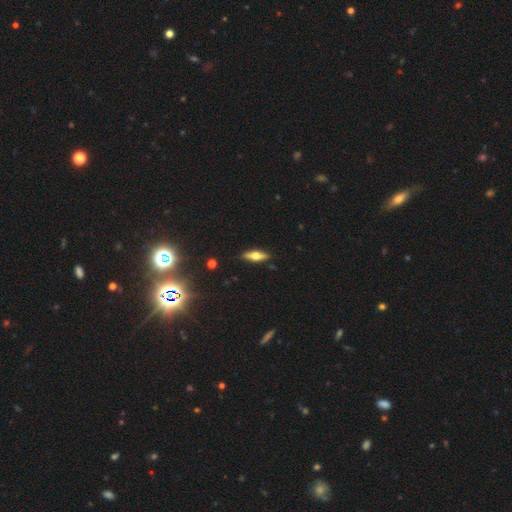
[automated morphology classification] Smooth or featured? featured or disk (52%)
Edge-on disk? yes (91%)
Merging? none (87%)